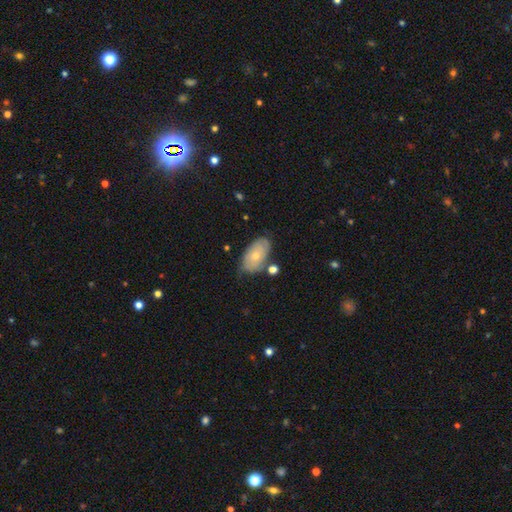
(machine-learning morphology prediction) Smooth or featured? smooth (58%)
How rounded? in between (92%)
Merging? none (67%)